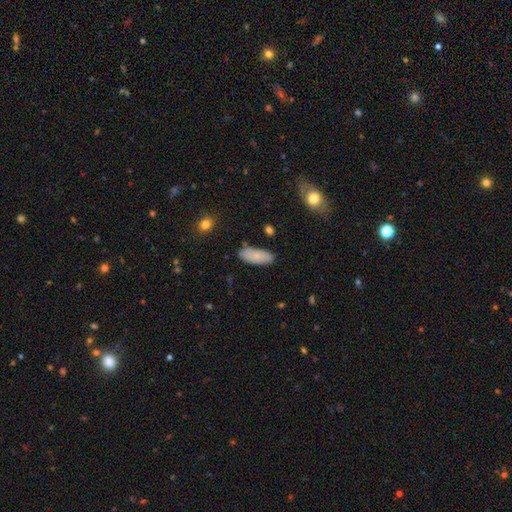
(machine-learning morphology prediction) A smooth galaxy with no disk features (81%) that is in between round and cigar-shaped (81%).

Vote fractions:
- Smooth or featured? smooth: 81% / featured or disk: 12% / star or artifact: 7%
- How rounded? in between: 81% / cigar-shaped: 17% / round: 2%
- Merging? none: 82% / minor disturbance: 13% / major disturbance: 2% / merger: 2%